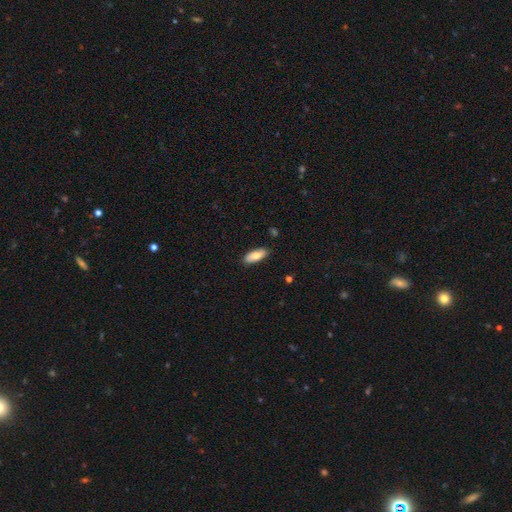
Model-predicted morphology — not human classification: Smooth or featured: smooth — 80% (featured or disk — 14%)
How rounded: in between — 76% (cigar-shaped — 22%)
Merging: none — 85% (minor disturbance — 12%)